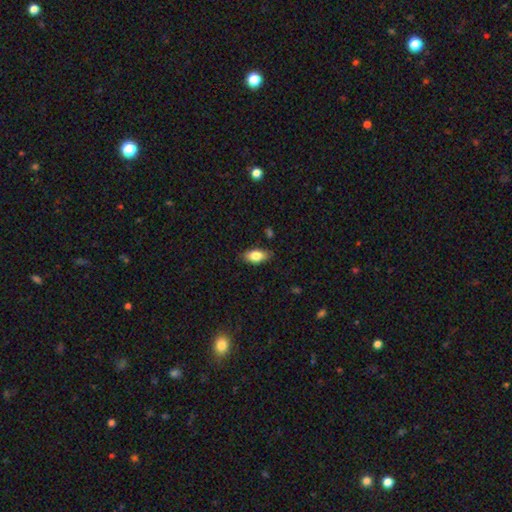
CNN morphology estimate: smooth 80%, featured or disk 12%, star or artifact 7%. Down the decision tree: how rounded — in between (89%); merging — none (84%).